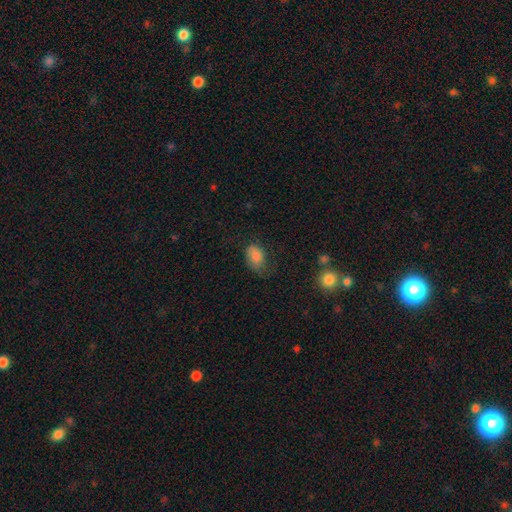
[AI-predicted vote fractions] The model was most divided on "merging": none: 44%, minor disturbance: 34%, major disturbance: 20%, merger: 2%. More confident: how rounded — in between (82%); smooth or featured — smooth (79%).